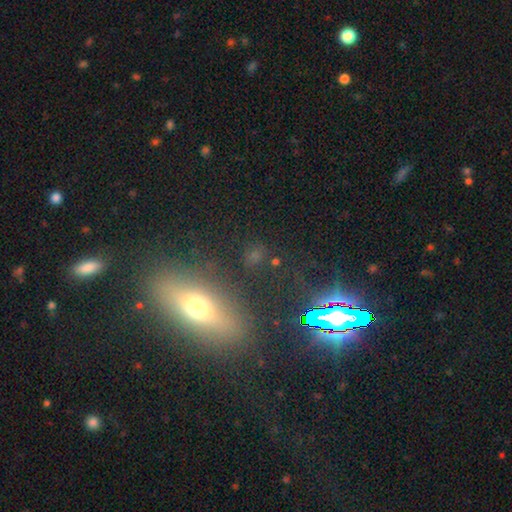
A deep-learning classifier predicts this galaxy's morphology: smooth_or_featured: star or artifact (p=0.43) [alt: smooth p=0.41]